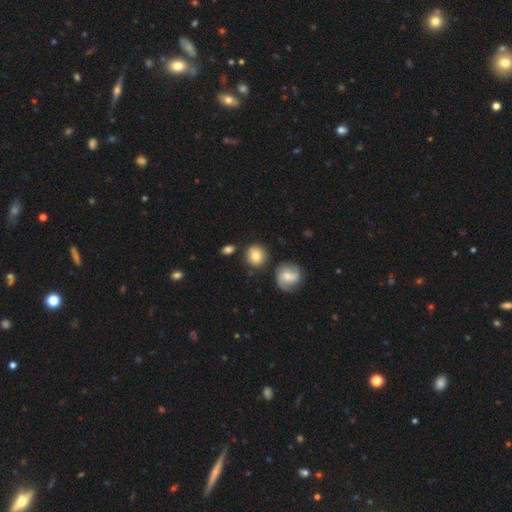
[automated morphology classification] Smooth or featured: smooth — 77% (featured or disk — 16%)
How rounded: round — 89% (in between — 10%)
Merging: none — 81% (minor disturbance — 10%)